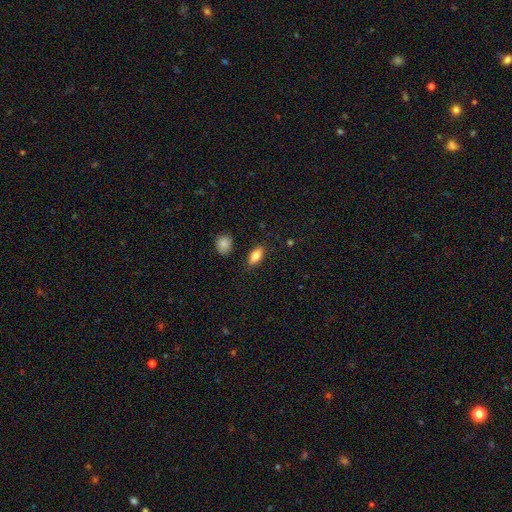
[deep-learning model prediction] Smooth or featured? Predicted: smooth (p=0.80). How rounded? Predicted: in between (p=0.85). Merging? Predicted: none (p=0.85).